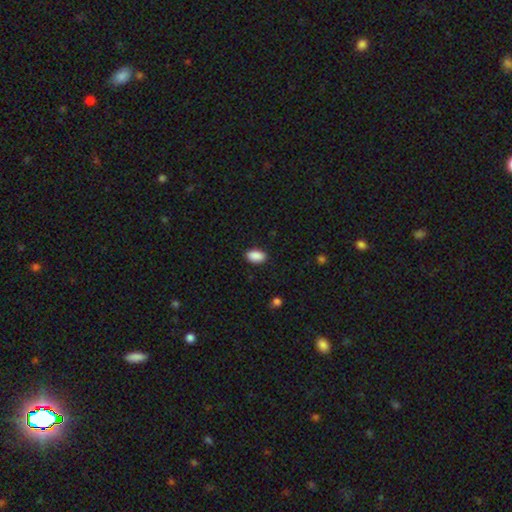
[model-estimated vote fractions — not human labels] Smooth or featured? smooth (90%)
How rounded? in between (92%)
Merging? none (89%)